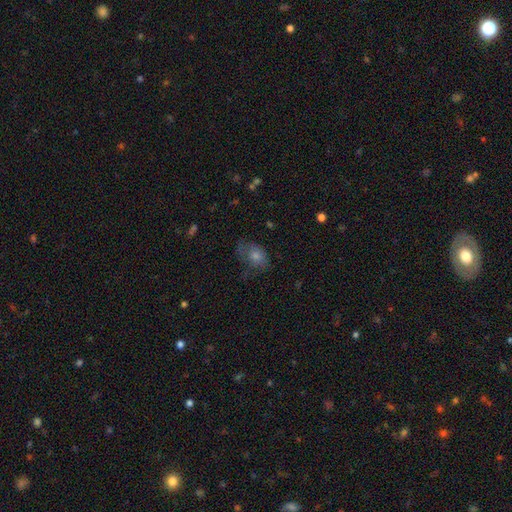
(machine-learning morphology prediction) Smooth or featured? smooth (53%)
How rounded? in between (65%)
Merging? none (60%)